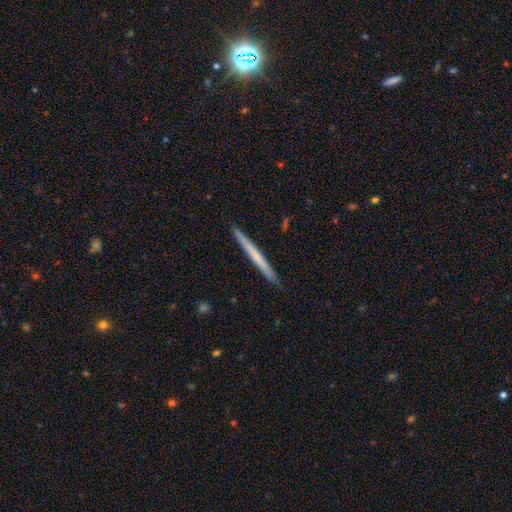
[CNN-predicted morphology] This is possibly a smooth galaxy (50%). Merging: clearly none (92%).